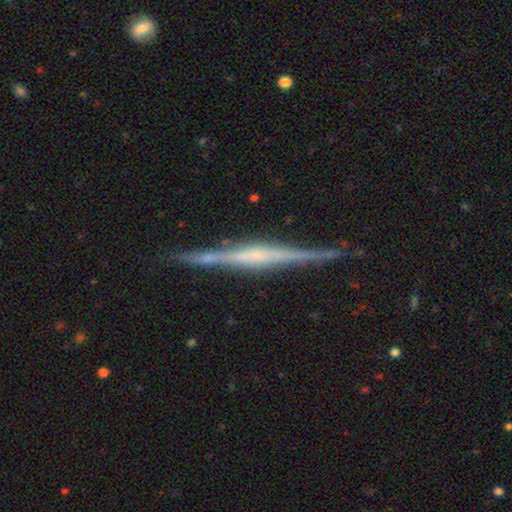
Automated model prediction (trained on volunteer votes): Smooth or featured? Predicted: featured or disk (p=0.84). Edge-on disk? Predicted: yes (p=0.98). Edge-on bulge? Predicted: rounded (p=0.40). Merging? Predicted: none (p=0.89).